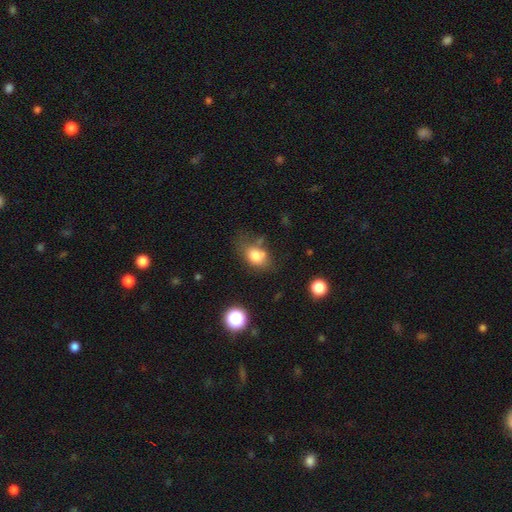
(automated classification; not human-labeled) The model was most divided on "merging": none: 51%, minor disturbance: 26%, major disturbance: 12%, merger: 11%. More confident: smooth or featured — smooth (77%); how rounded — in between (67%).